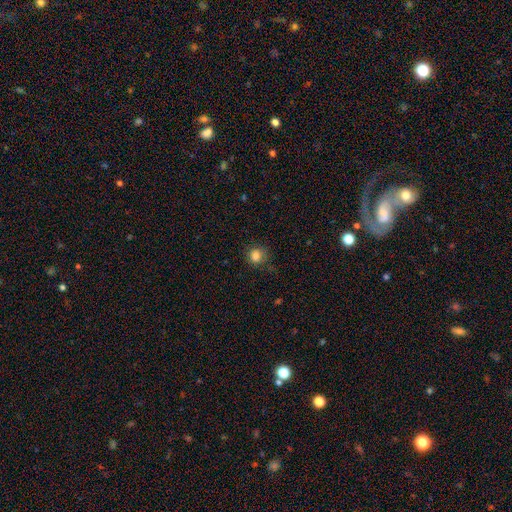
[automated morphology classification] Overall: smooth (83%). How rounded: round (88%). Merging: none (79%).